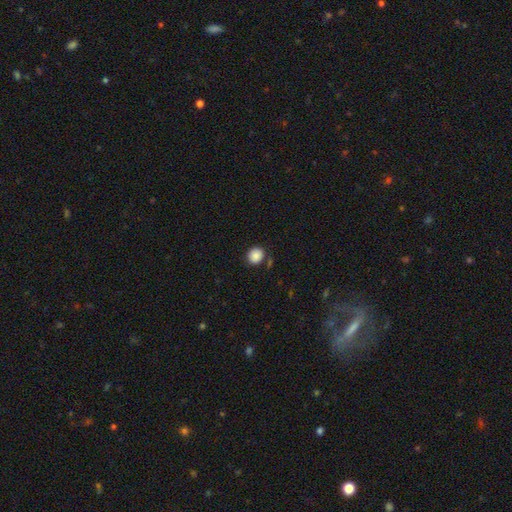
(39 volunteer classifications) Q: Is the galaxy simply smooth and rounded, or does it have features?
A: smooth — 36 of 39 (92%).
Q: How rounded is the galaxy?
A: round — 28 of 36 (78%).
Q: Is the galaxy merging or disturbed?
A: none — 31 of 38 (82%).